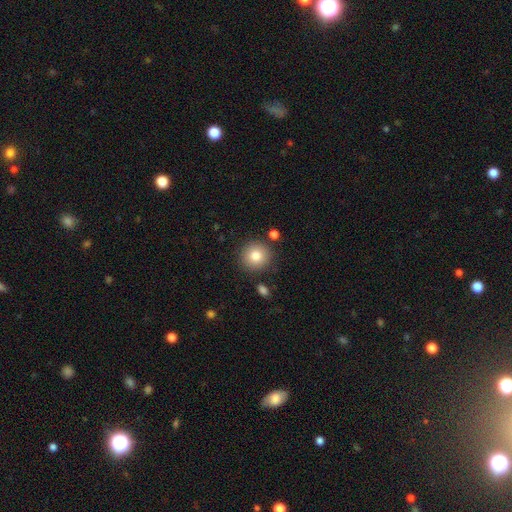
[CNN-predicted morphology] The model was most divided on "smooth or featured": smooth: 82%, star or artifact: 9%, featured or disk: 9%. More confident: how rounded — round (93%); merging — none (86%).